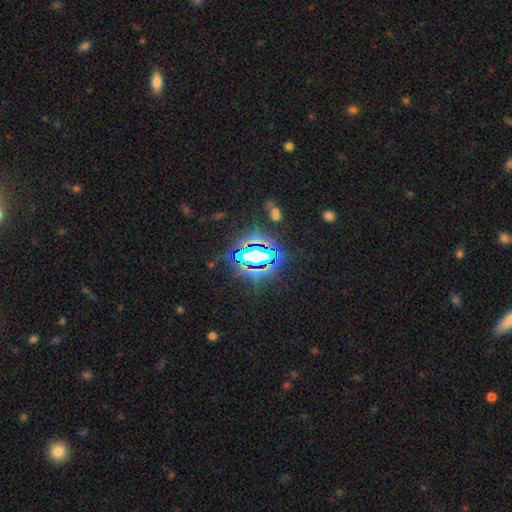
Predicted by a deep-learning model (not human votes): Smooth or featured: star or artifact — 72% (smooth — 16%)